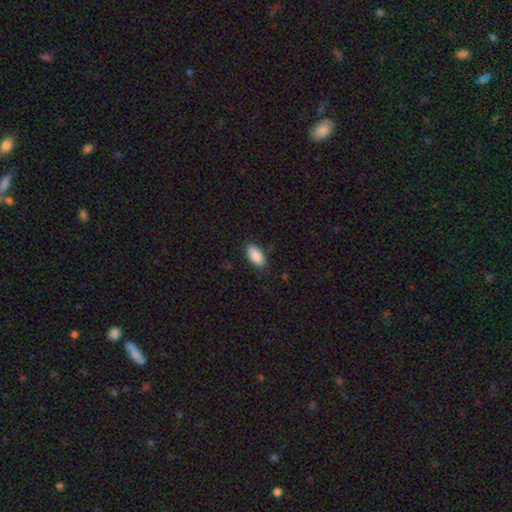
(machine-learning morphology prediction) Smooth or featured? Predicted: smooth (p=0.90). How rounded? Predicted: in between (p=0.91). Merging? Predicted: none (p=0.84).